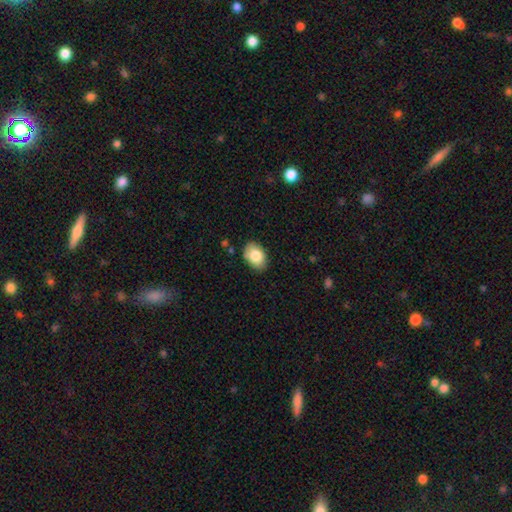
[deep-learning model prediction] This is clearly a smooth galaxy (83%). How rounded: clearly in between (82%). Merging: clearly none (84%).